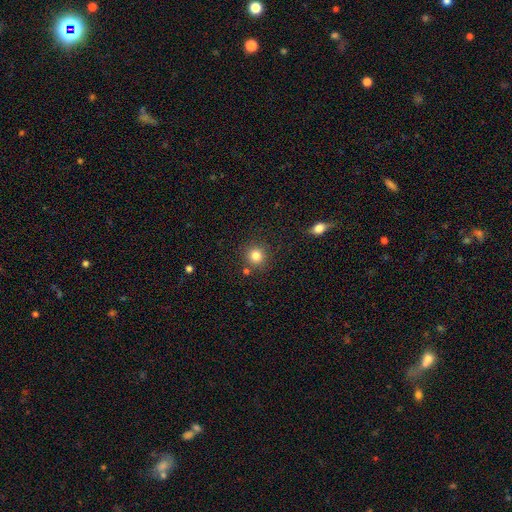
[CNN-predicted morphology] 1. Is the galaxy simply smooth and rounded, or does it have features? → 83% smooth, 12% star or artifact, 6% featured or disk.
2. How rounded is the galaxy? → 93% round, 6% in between, 1% cigar-shaped.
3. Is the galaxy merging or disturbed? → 84% none, 8% minor disturbance, 5% merger, 3% major disturbance.